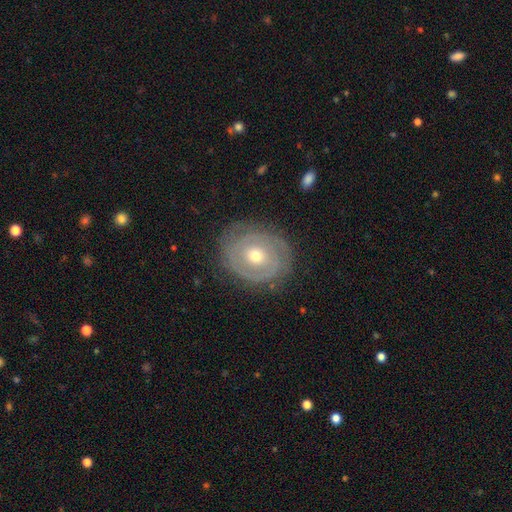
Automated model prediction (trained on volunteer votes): featured or disk 76%, smooth 18%, star or artifact 6%. Down the decision tree: edge-on disk — no (96%); bar — no (76%); spiral arms — yes (79%); spiral arm count — 2 (40%); spiral winding — tight (75%); bulge size — moderate (56%); merging — none (79%).